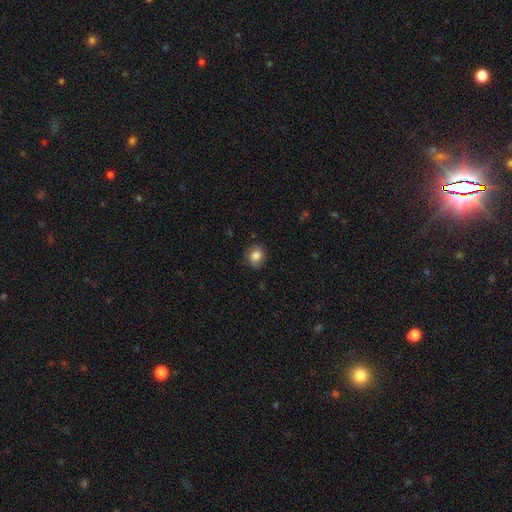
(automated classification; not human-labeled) This is clearly a smooth galaxy (81%). How rounded: likely round (69%). Merging: clearly none (82%).